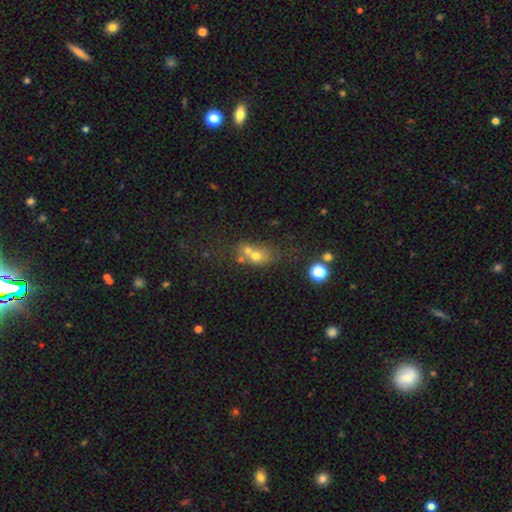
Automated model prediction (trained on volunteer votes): This appears to be a smooth galaxy with no disk features (63%) that is in between round and cigar-shaped (49%, tied with round). Merging: merger (51%).